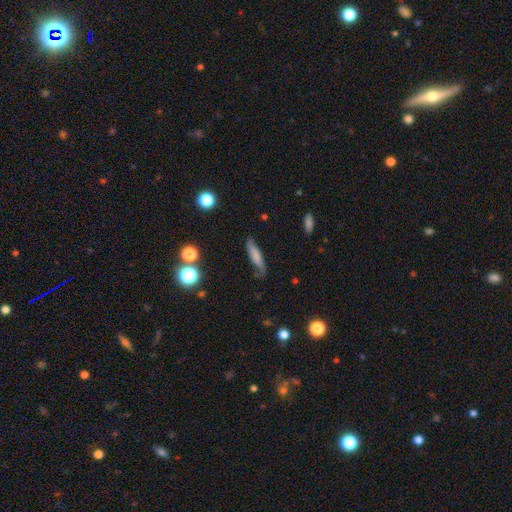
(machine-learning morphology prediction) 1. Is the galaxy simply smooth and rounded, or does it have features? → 66% smooth, 25% featured or disk, 8% star or artifact.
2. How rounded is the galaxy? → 75% cigar-shaped, 22% in between, 3% round.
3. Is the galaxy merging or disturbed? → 72% none, 21% minor disturbance, 5% major disturbance, 2% merger.